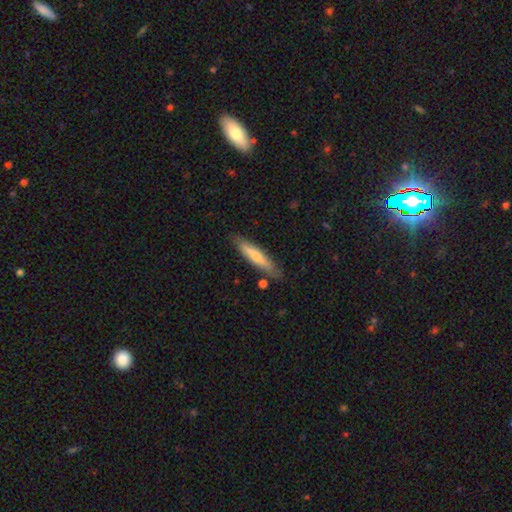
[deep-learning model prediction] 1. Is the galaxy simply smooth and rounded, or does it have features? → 66% smooth, 28% featured or disk, 6% star or artifact.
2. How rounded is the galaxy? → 86% cigar-shaped, 12% in between, 1% round.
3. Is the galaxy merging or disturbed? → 80% none, 14% minor disturbance, 3% merger, 3% major disturbance.